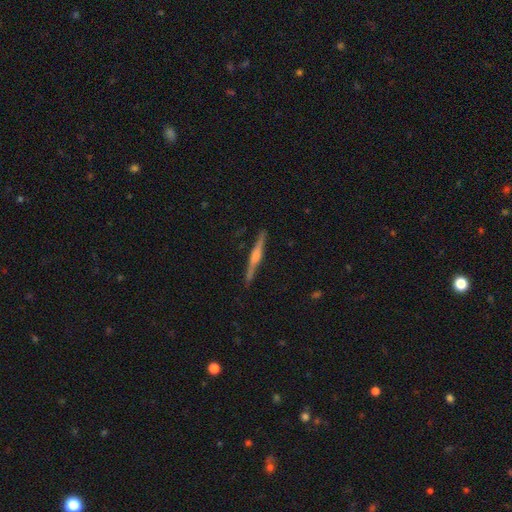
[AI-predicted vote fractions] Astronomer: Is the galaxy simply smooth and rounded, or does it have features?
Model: featured or disk — 70%.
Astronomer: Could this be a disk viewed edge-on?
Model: yes — 98%.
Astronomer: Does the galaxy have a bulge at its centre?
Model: rounded — 55% (runner-up: boxy, 30%).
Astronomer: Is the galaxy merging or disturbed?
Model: none — 88%.